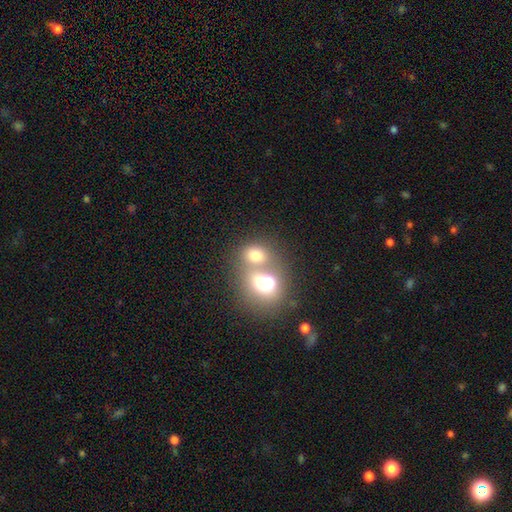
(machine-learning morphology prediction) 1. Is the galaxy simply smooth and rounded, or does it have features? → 66% smooth, 18% featured or disk, 16% star or artifact.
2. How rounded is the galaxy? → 60% round, 39% in between, 1% cigar-shaped.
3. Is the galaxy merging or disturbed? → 58% merger, 31% none, 6% minor disturbance, 5% major disturbance.